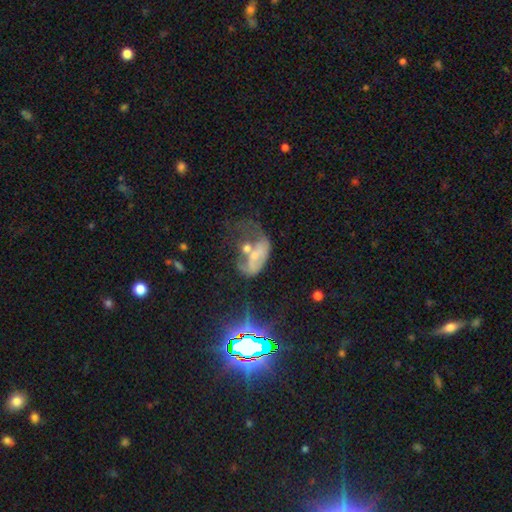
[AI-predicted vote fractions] Morphology: type=featured or disk (46%); merging=merger (35%, tied with major disturbance).